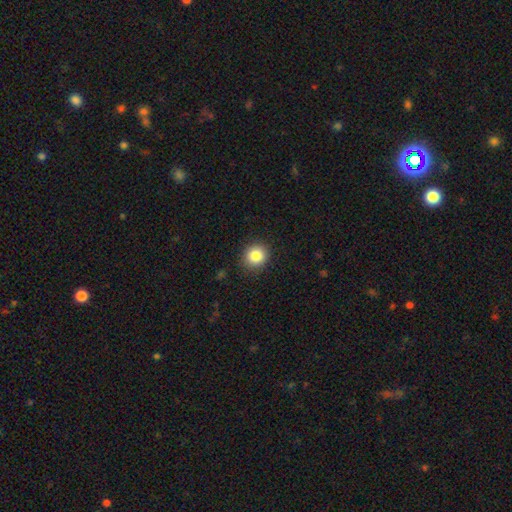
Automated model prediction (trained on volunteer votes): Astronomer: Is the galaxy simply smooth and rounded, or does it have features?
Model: smooth — 85%.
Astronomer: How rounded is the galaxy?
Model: round — 86%.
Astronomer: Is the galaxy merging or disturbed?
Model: none — 89%.